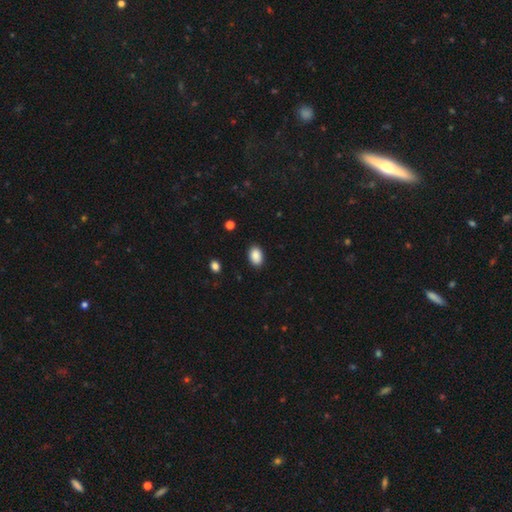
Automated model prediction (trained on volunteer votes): Smooth or featured: smooth — 89% (star or artifact — 7%)
How rounded: in between — 87% (round — 12%)
Merging: none — 88% (minor disturbance — 8%)